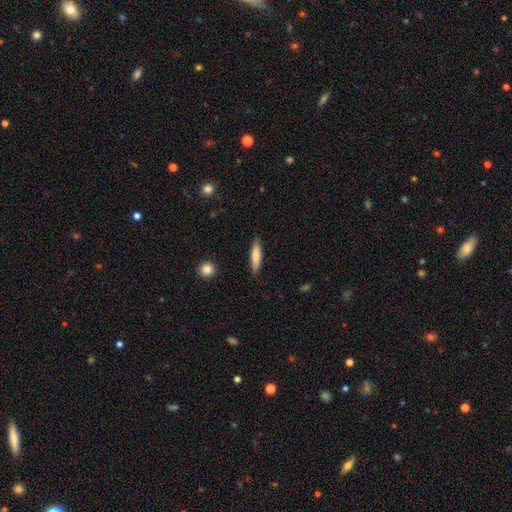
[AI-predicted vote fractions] smooth 80%, featured or disk 14%, star or artifact 6%. Down the decision tree: how rounded — cigar-shaped (80%); merging — none (87%).